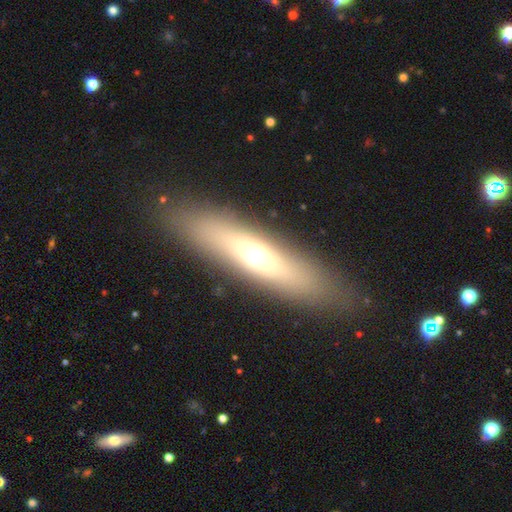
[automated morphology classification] type=smooth (51%); roundness=cigar-shaped (66%); merging=none (86%).